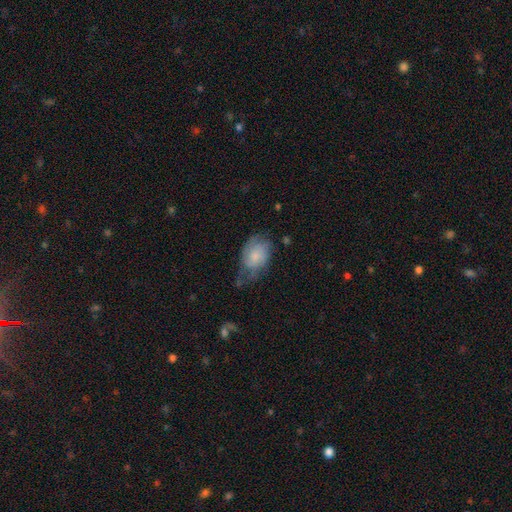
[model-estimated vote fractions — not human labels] Smooth or featured? smooth (59%)
How rounded? in between (80%)
Merging? none (38%)